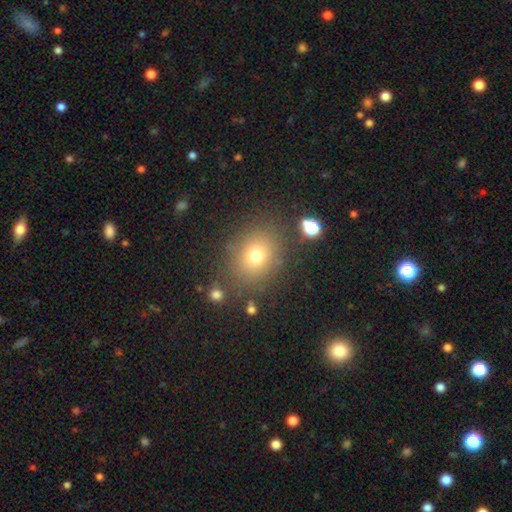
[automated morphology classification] This is likely a smooth galaxy (73%). How rounded: possibly round (56%). Merging: clearly none (82%).